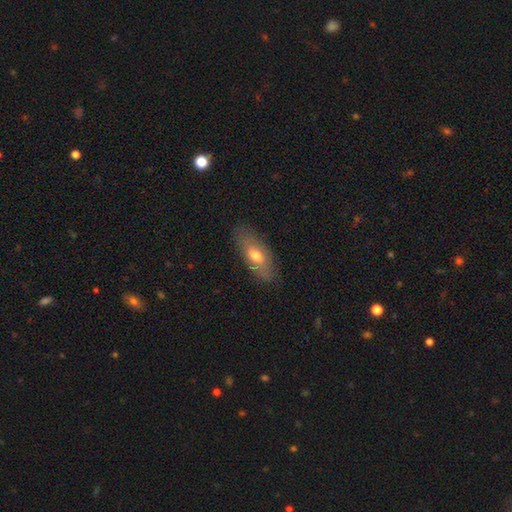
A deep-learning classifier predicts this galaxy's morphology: Smooth or featured?
  - smooth: 59% *
  - featured or disk: 34%
  - star or artifact: 7%
How rounded?
  - in between: 79% *
  - cigar-shaped: 18%
  - round: 3%
Merging?
  - none: 80% *
  - minor disturbance: 15%
  - major disturbance: 4%
  - merger: 1%